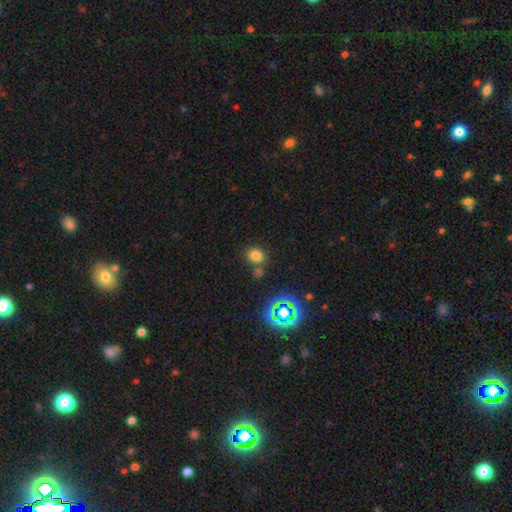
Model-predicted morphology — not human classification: Smooth or featured?
  - smooth: 72% *
  - star or artifact: 21%
  - featured or disk: 7%
How rounded?
  - round: 65% *
  - in between: 34%
  - cigar-shaped: 1%
Merging?
  - none: 68% *
  - merger: 17%
  - minor disturbance: 11%
  - major disturbance: 4%